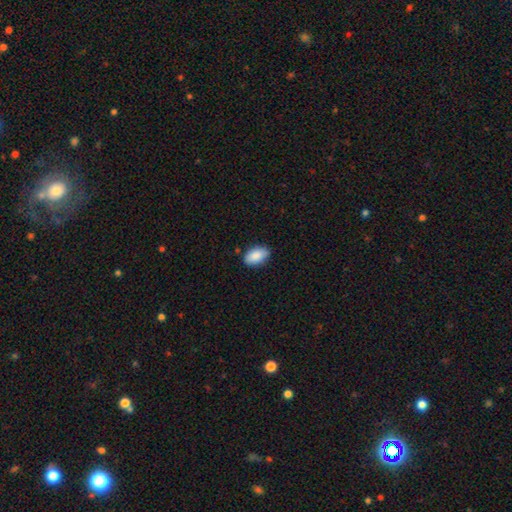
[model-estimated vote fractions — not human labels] Smooth or featured? Predicted: smooth (p=0.88). How rounded? Predicted: in between (p=0.93). Merging? Predicted: none (p=0.83).